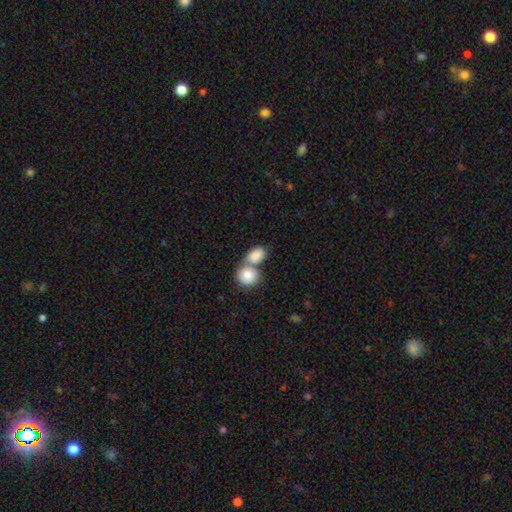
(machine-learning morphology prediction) Smooth or featured? smooth (84%)
How rounded? in between (66%)
Merging? merger (61%)